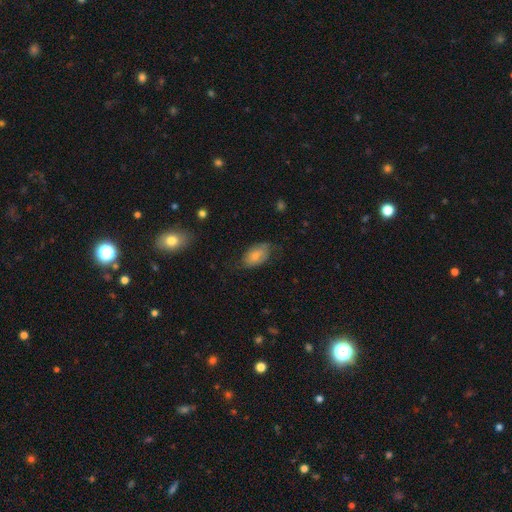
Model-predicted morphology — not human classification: This appears to be a smooth galaxy with no disk features (65%) that is in between round and cigar-shaped (92%). Merging: none (59%).